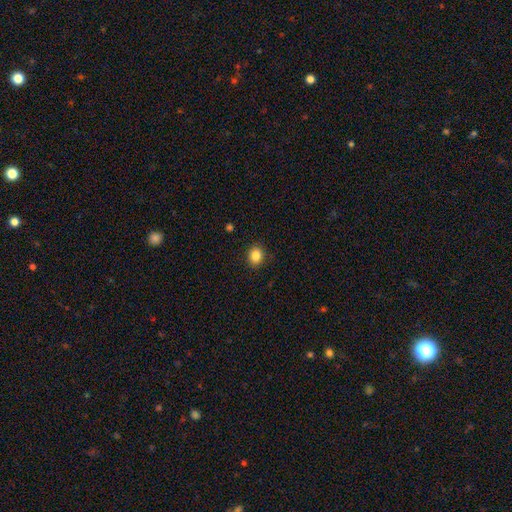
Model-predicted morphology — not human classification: Smooth or featured?
  - smooth: 85% *
  - star or artifact: 10%
  - featured or disk: 5%
How rounded?
  - round: 60% *
  - in between: 39%
  - cigar-shaped: 1%
Merging?
  - none: 90% *
  - minor disturbance: 7%
  - major disturbance: 2%
  - merger: 1%